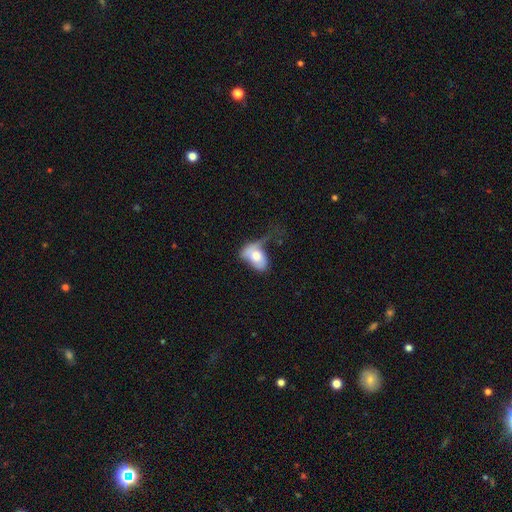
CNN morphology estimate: Smooth or featured: smooth — 62% (featured or disk — 32%)
How rounded: in between — 85% (round — 13%)
Merging: major disturbance — 50% (minor disturbance — 24%)